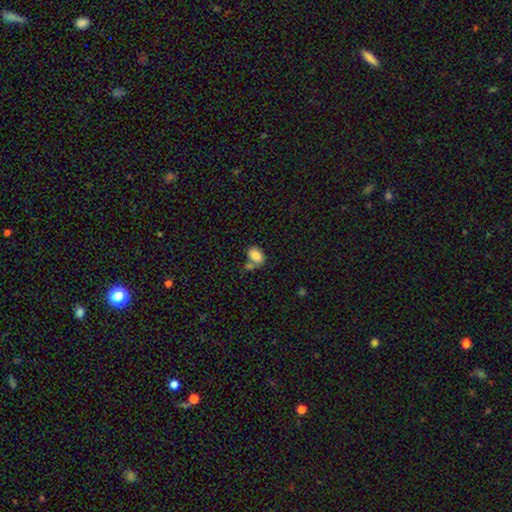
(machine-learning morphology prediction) Smooth or featured: smooth — 84% (star or artifact — 8%)
How rounded: in between — 83% (round — 15%)
Merging: none — 42% (merger — 35%)